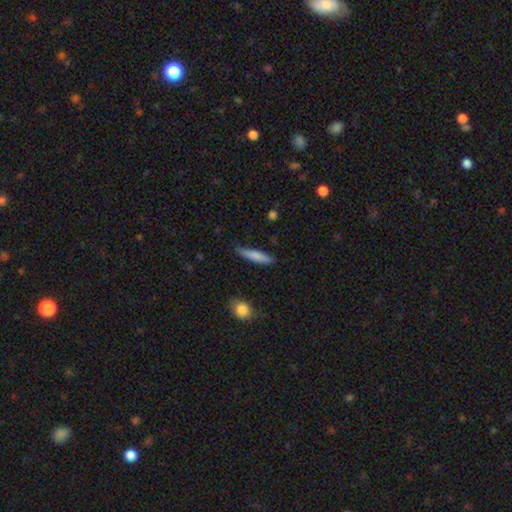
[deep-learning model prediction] The model was most divided on "smooth or featured": smooth: 79%, featured or disk: 15%, star or artifact: 6%. More confident: how rounded — cigar-shaped (86%); merging — none (82%).